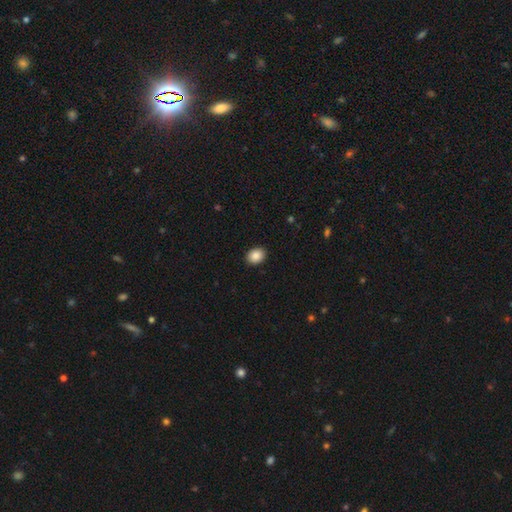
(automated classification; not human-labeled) Morphology: type=smooth (88%); roundness=in between (62%); merging=none (91%).